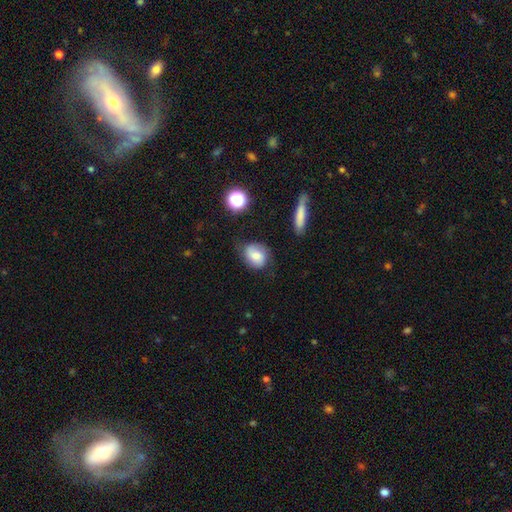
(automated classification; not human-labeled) Smooth or featured? smooth (67%)
How rounded? round (54%)
Merging? none (68%)